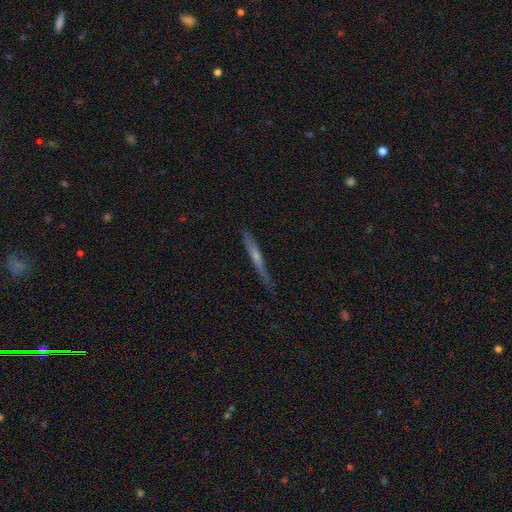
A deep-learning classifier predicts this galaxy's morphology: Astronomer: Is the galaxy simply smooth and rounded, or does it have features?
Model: featured or disk — 57% (runner-up: smooth, 35%).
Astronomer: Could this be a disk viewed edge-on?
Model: yes — 95%.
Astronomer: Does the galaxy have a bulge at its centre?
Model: rounded — 51% (runner-up: none, 42%).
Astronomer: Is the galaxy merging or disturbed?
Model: none — 76%.